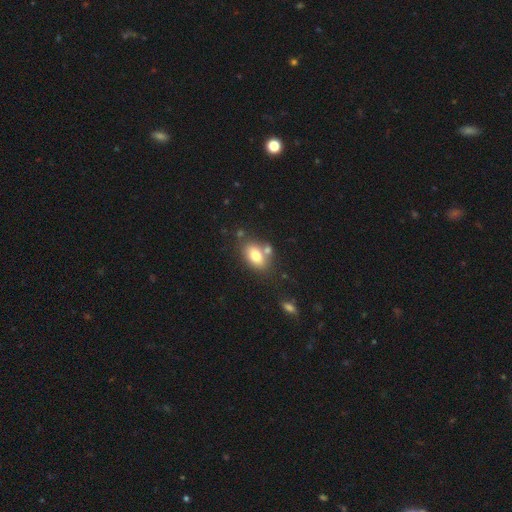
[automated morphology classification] smooth 76%, featured or disk 15%, star or artifact 9%. Down the decision tree: how rounded — in between (86%); merging — none (63%).